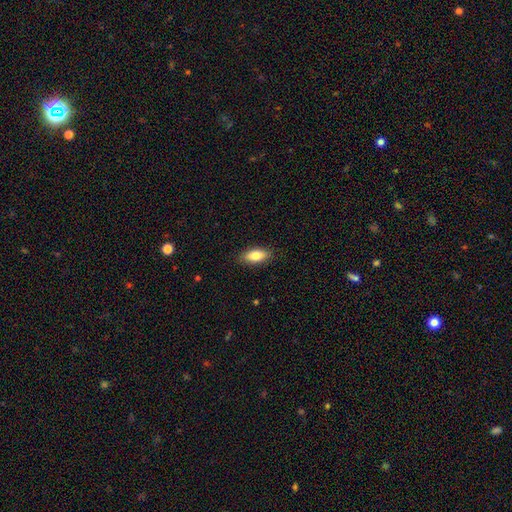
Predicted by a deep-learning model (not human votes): This appears to be a smooth galaxy with no disk features (78%) that is in between round and cigar-shaped (85%). Merging: none (87%).